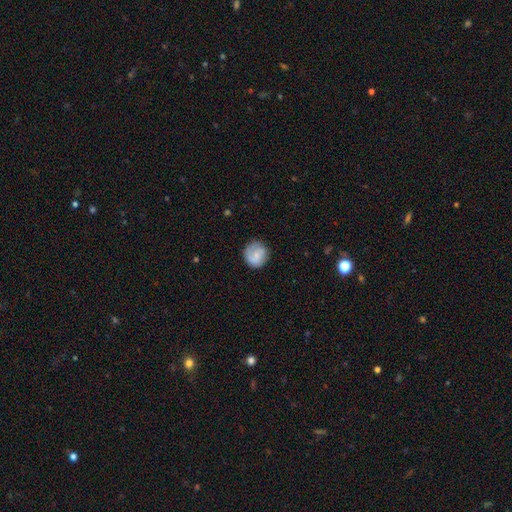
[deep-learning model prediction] smooth 68%, featured or disk 25%, star or artifact 7%. Down the decision tree: how rounded — round (88%); merging — none (78%).